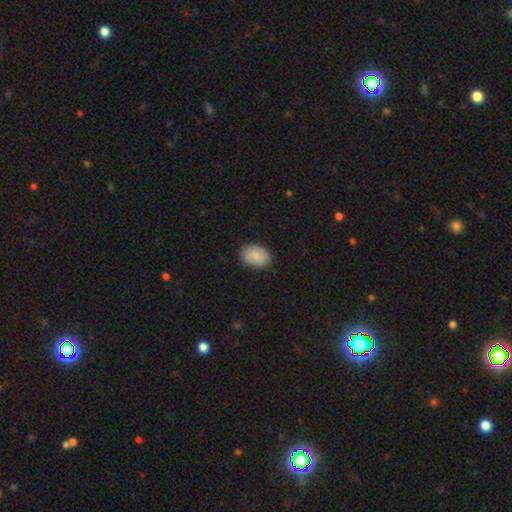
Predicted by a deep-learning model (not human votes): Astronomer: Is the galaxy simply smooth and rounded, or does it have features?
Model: smooth — 88%.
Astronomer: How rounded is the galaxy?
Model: in between — 76%.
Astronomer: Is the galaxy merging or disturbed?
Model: none — 88%.